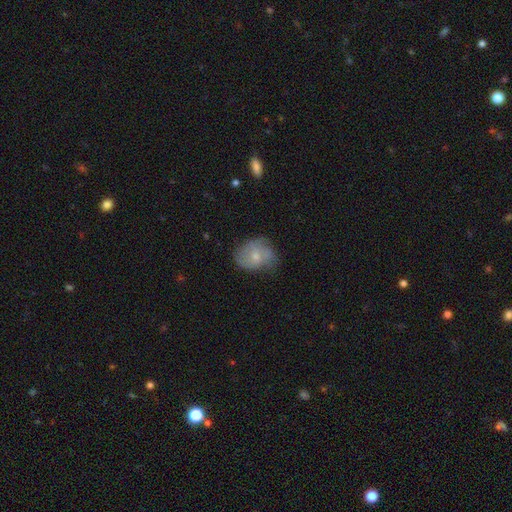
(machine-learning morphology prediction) Overall: featured or disk (48%; smooth 44%). Merging: none (57%; minor disturbance 30%).